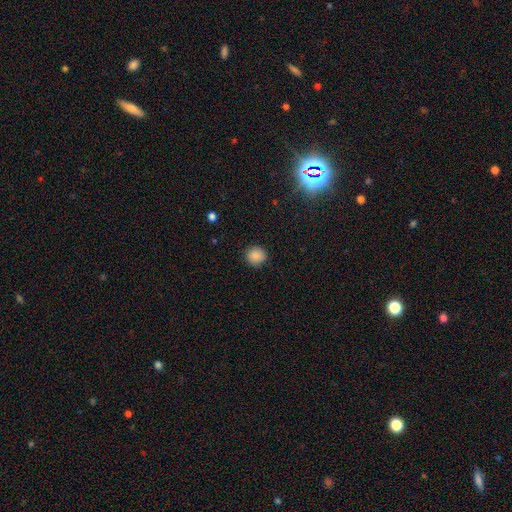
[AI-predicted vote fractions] Q: Smooth or featured?
A: smooth (86%); runner-up: star or artifact (10%)
Q: How rounded?
A: round (92%); runner-up: in between (7%)
Q: Merging?
A: none (88%); runner-up: minor disturbance (9%)